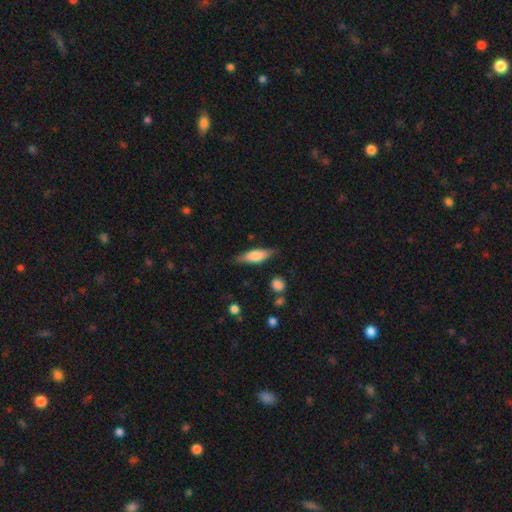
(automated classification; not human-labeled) This is likely a smooth galaxy (60%). How rounded: possibly in between (51%). Merging: likely none (78%).